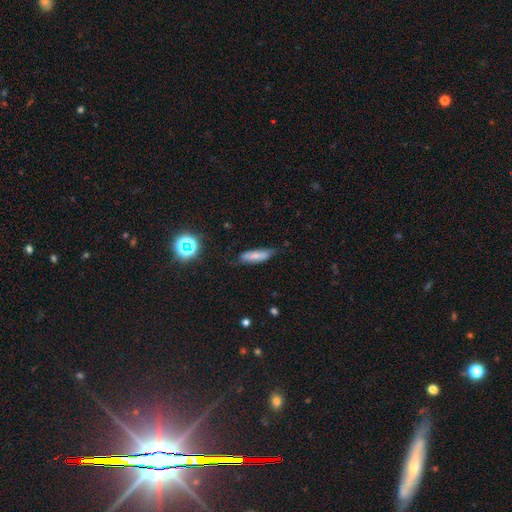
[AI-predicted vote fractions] A smooth galaxy with no disk features (66%) that is cigar-shaped (54%). Merging: none (62%).